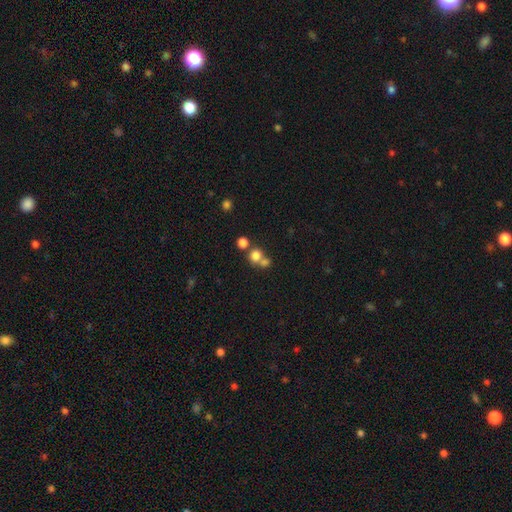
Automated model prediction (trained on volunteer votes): Morphology: type=smooth (76%); roundness=round (84%); merging=merger (46%).